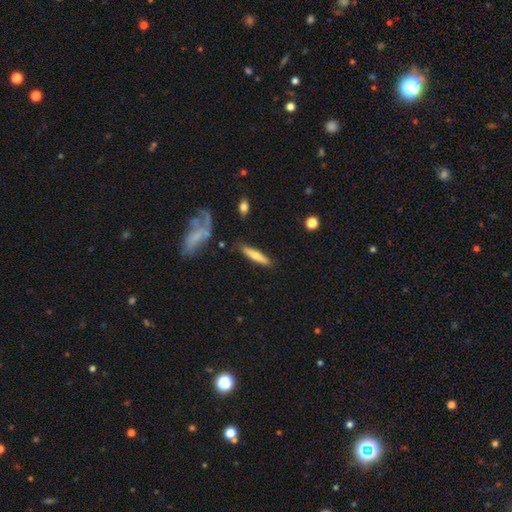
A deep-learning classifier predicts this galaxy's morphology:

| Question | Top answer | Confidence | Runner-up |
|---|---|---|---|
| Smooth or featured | smooth | 66% | featured or disk (28%) |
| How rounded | cigar-shaped | 83% | in between (15%) |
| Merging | none | 83% | minor disturbance (11%) |